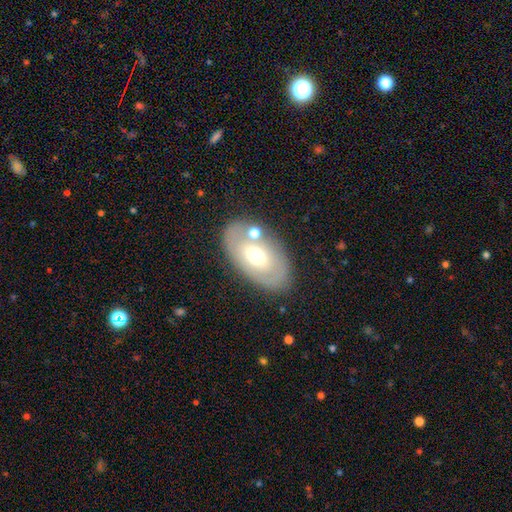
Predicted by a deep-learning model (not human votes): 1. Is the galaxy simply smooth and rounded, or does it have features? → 50% smooth, 43% featured or disk, 8% star or artifact.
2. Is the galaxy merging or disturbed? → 72% none, 13% minor disturbance, 10% merger, 5% major disturbance.